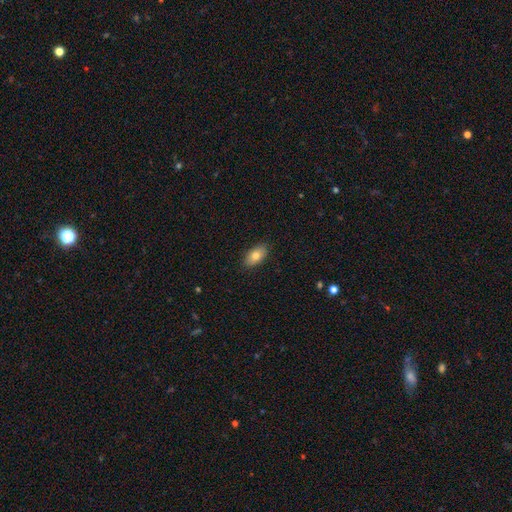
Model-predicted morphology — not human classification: This is likely a smooth galaxy (79%). How rounded: clearly in between (91%). Merging: clearly none (88%).